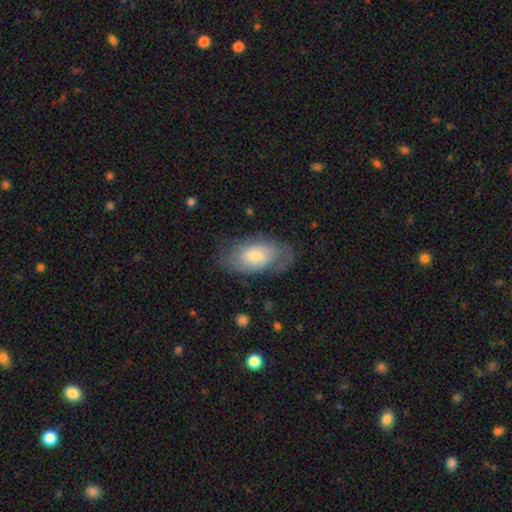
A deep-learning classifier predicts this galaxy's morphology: A smooth galaxy with no disk features (50%).

Vote fractions:
- Smooth or featured? smooth: 50% / featured or disk: 43% / star or artifact: 7%
- Merging? none: 63% / minor disturbance: 23% / major disturbance: 13% / merger: 1%